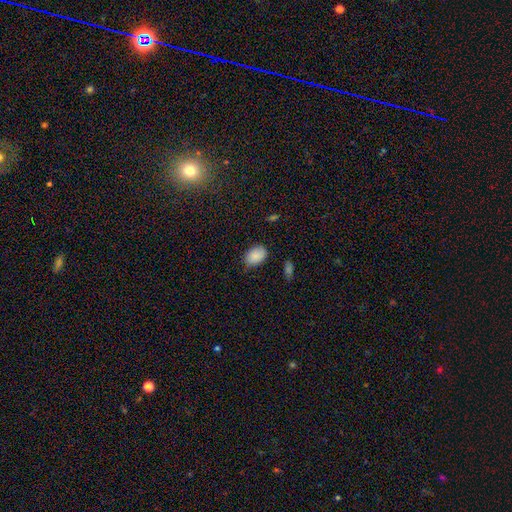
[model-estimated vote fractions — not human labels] smooth_or_featured: smooth (p=0.88) [alt: star or artifact p=0.07]
how_rounded: in between (p=0.85) [alt: round p=0.14]
merging: none (p=0.75) [alt: minor disturbance p=0.20]